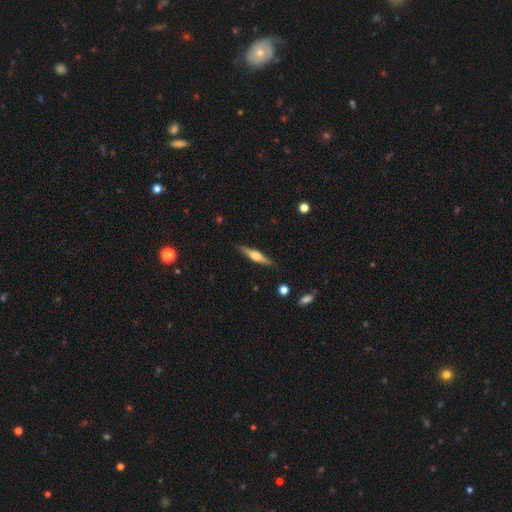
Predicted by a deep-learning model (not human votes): Morphology: type=featured or disk (58%); edge-on=yes (96%); edge-on bulge=rounded (87%); merging=none (89%).